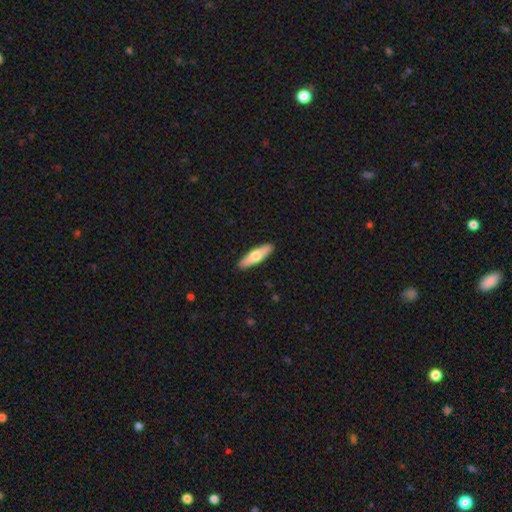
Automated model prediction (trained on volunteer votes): Morphology: type=smooth (59%); roundness=cigar-shaped (64%); merging=none (91%).